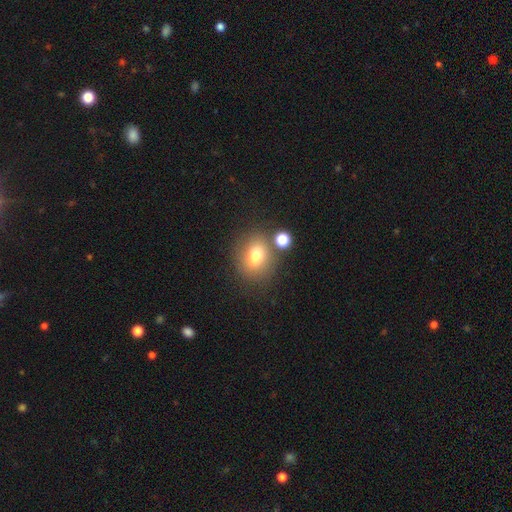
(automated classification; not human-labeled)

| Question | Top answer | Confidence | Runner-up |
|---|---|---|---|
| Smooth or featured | smooth | 75% | featured or disk (13%) |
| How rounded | round | 54% | in between (45%) |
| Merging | none | 68% | merger (14%) |